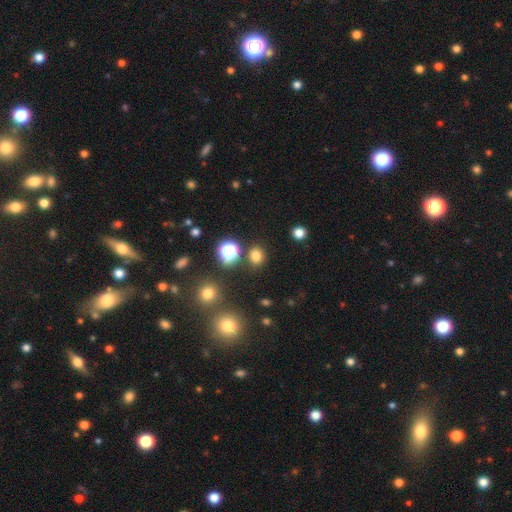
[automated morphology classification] Smooth or featured? smooth (75%)
How rounded? round (71%)
Merging? none (84%)